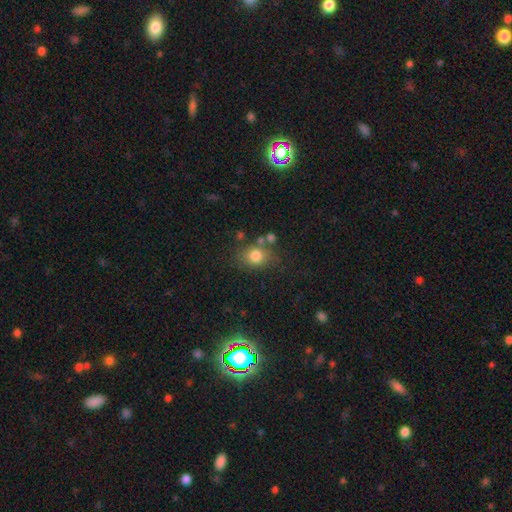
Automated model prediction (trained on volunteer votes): Smooth or featured: smooth — 79% (star or artifact — 12%)
How rounded: round — 62% (in between — 37%)
Merging: none — 68% (minor disturbance — 16%)